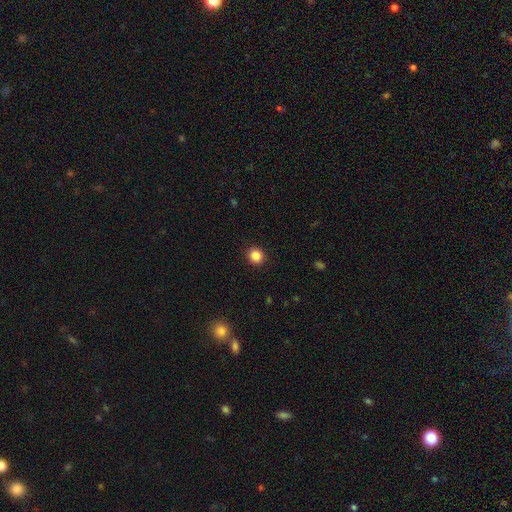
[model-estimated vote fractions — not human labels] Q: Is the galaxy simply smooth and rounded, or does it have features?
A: smooth — 85%.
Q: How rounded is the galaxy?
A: round — 88%.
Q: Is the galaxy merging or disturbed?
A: none — 92%.